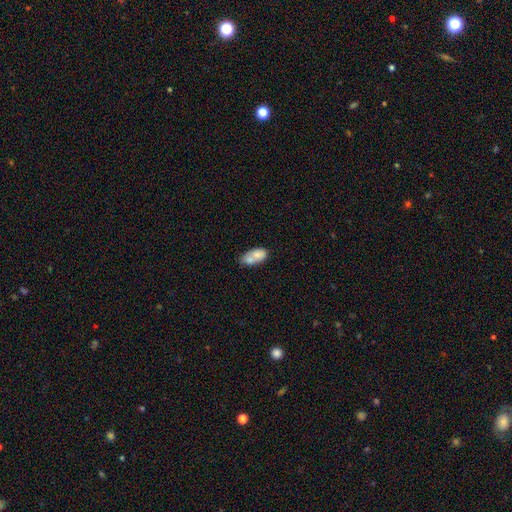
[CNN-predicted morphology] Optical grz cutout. It shows a smooth galaxy with no disk features (67%) that is in between round and cigar-shaped (87%). Merging: merger (47%).